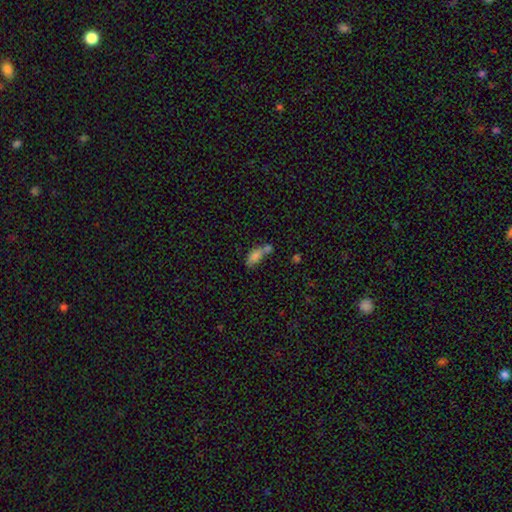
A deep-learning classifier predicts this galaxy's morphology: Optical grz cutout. It shows a smooth galaxy with no disk features (75%) that is in between round and cigar-shaped (77%). Merging: merger (51%).